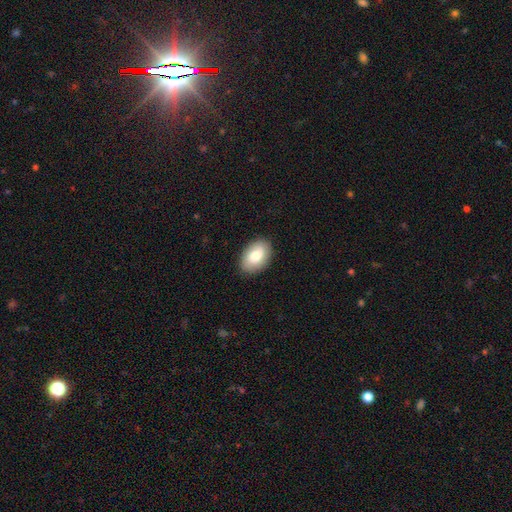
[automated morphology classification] smooth-or-featured: smooth: 79% | featured or disk: 14% | star or artifact: 7%
  how-rounded: in between: 88% | round: 11% | cigar-shaped: 1%
  merging: none: 87% | minor disturbance: 9% | major disturbance: 2% | merger: 1%